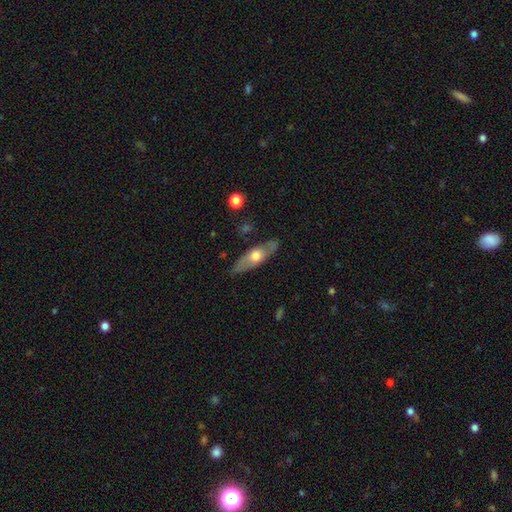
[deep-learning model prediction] Overall: featured or disk (49%; smooth 46%). Merging: none (80%).